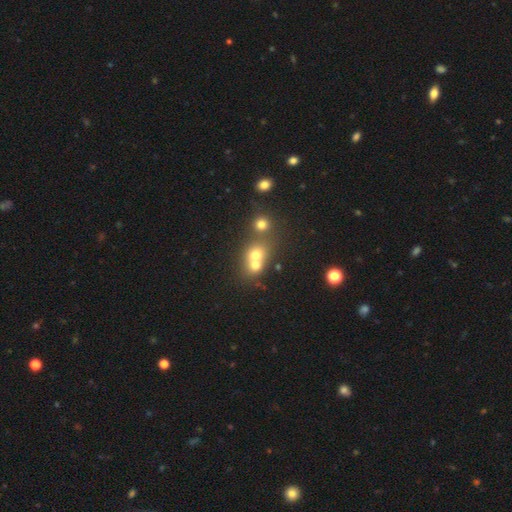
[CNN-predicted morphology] This appears to be a smooth galaxy with no disk features (64%) that is round (71%). Merging: merger (58%).